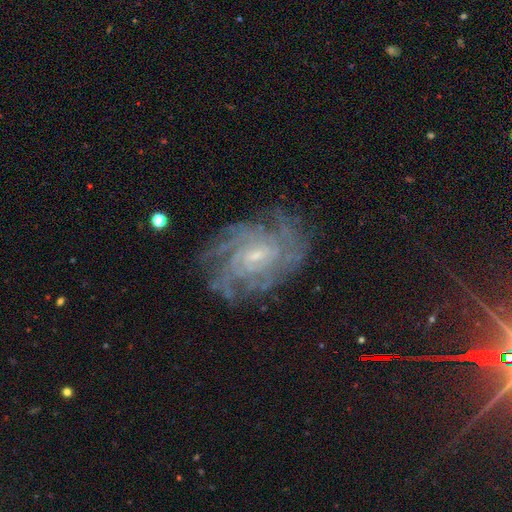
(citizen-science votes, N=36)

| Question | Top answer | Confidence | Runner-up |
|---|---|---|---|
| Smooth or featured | featured or disk | 97% | smooth (3%) |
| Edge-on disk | no | 97% | yes (3%) |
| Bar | weak | 62% | no (35%) |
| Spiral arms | yes | 100% | — |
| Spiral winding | tight | 62% | medium (26%) |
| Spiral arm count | can't tell | 35% | 3 (32%) |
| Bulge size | small | 85% | moderate (12%) |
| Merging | none | 83% | minor disturbance (14%) |